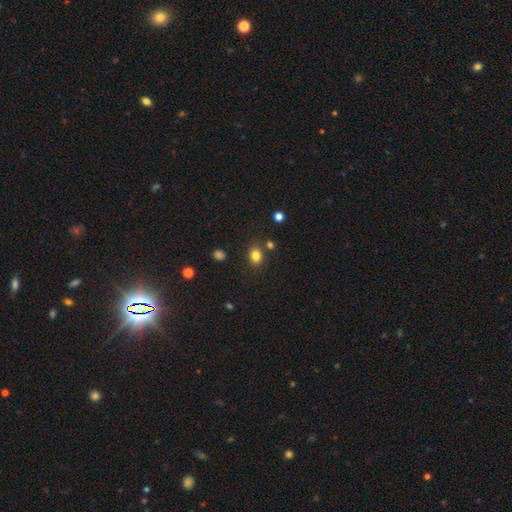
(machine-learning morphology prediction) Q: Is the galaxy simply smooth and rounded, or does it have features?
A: smooth — 82%.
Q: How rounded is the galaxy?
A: round — 59%.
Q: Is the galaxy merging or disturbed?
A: none — 80%.